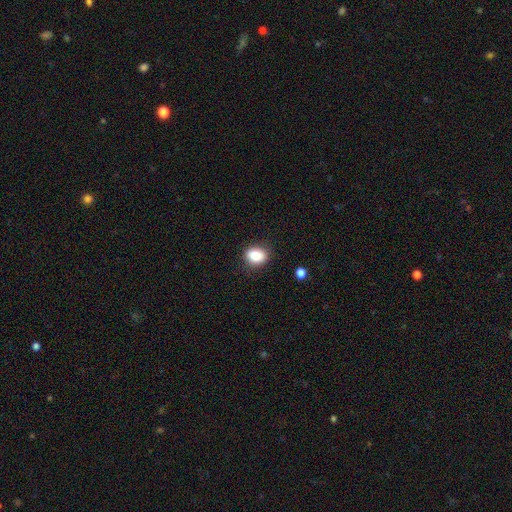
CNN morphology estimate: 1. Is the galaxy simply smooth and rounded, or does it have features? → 84% smooth, 10% star or artifact, 7% featured or disk.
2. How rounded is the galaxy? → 56% in between, 42% round, 1% cigar-shaped.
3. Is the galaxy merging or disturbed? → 85% none, 11% minor disturbance, 3% major disturbance, 1% merger.